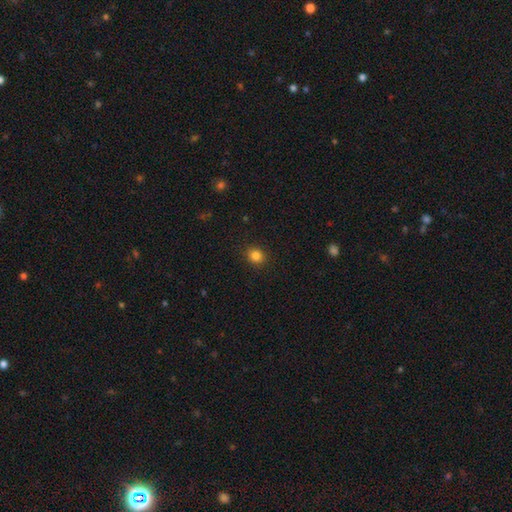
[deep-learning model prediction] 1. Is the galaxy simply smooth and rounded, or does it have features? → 84% smooth, 12% star or artifact, 5% featured or disk.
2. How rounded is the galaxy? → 79% round, 20% in between, 1% cigar-shaped.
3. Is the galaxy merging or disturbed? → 90% none, 6% minor disturbance, 2% major disturbance, 1% merger.